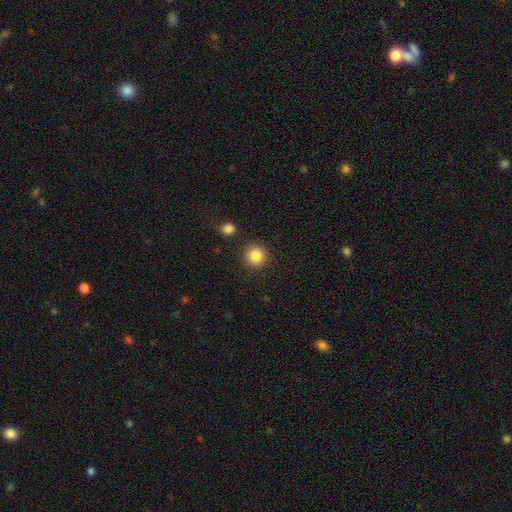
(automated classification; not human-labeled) This is clearly a smooth galaxy (86%). How rounded: clearly round (93%). Merging: clearly none (87%).